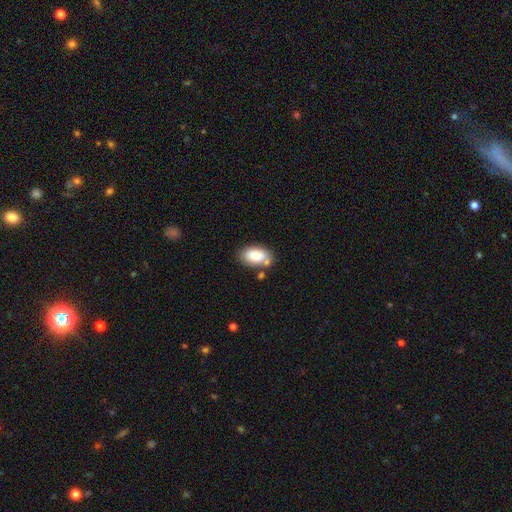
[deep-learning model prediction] Overall: smooth (78%). How rounded: in between (92%). Merging: none (65%).